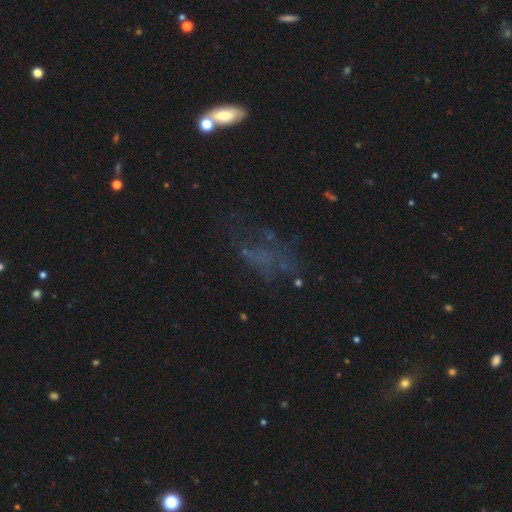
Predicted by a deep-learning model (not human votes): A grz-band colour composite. It shows a featured or disk galaxy (38%). Merging: none (45%).